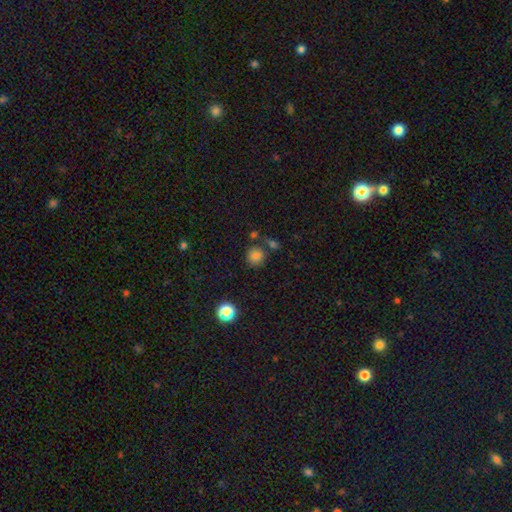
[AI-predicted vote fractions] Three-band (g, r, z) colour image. It shows a smooth galaxy with no disk features (81%) that is round (91%). Merging: none (75%).